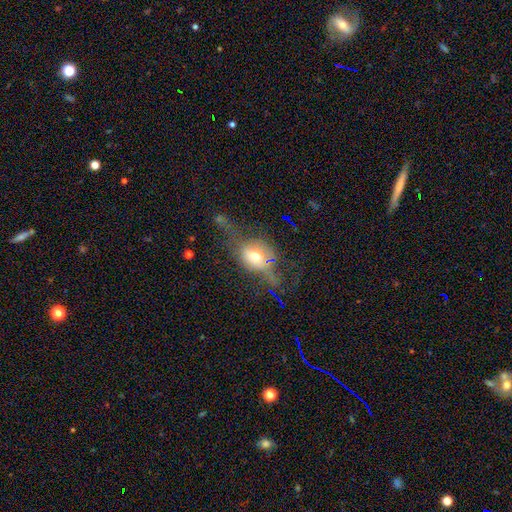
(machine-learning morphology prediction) The model was most divided on "merging": major disturbance: 37%, none: 36%, minor disturbance: 21%, merger: 5%. Remaining: smooth or featured — featured or disk (45%).